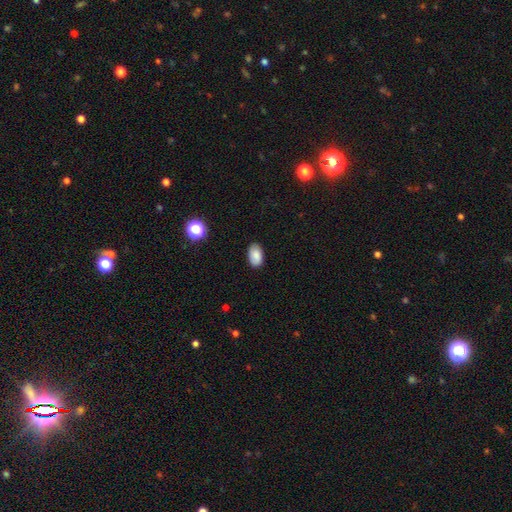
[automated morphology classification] This is clearly a smooth galaxy (82%). How rounded: clearly in between (92%). Merging: clearly none (84%).